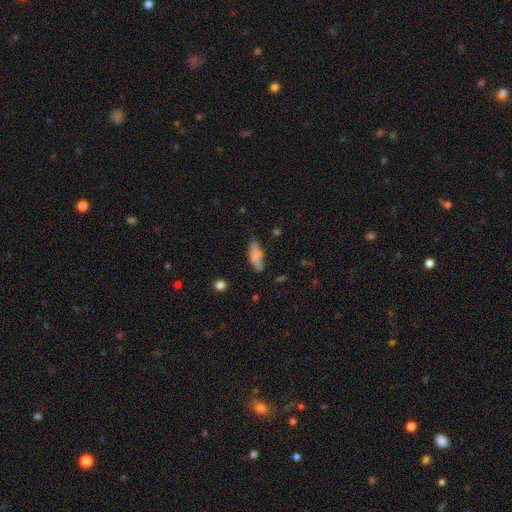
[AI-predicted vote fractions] Morphology: type=smooth (69%); roundness=in between (54%); merging=none (48%).